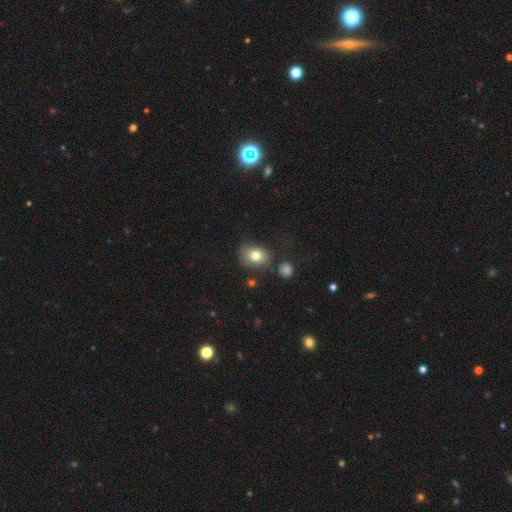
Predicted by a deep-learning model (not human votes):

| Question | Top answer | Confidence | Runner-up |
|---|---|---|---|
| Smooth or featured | smooth | 75% | featured or disk (14%) |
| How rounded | in between | 50% | round (49%) |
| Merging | none | 59% | minor disturbance (24%) |